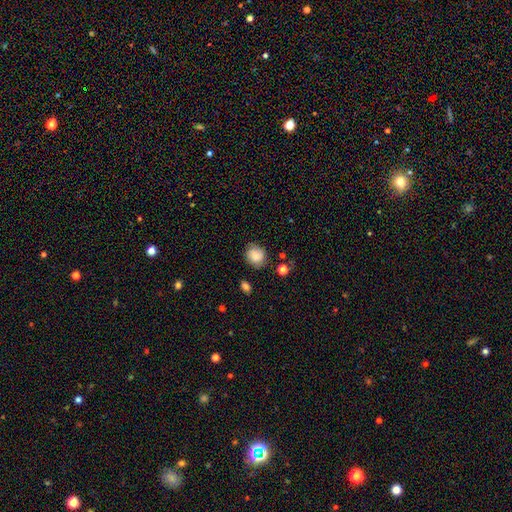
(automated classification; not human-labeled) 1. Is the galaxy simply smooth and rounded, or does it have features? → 78% smooth, 13% featured or disk, 9% star or artifact.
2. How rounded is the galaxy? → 75% round, 24% in between, 1% cigar-shaped.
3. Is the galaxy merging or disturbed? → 76% none, 17% minor disturbance, 4% major disturbance, 3% merger.